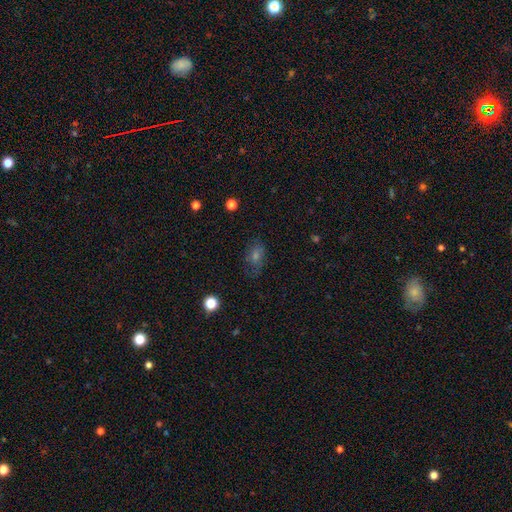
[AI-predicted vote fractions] Smooth or featured? Predicted: smooth (p=0.45). Merging? Predicted: none (p=0.67).